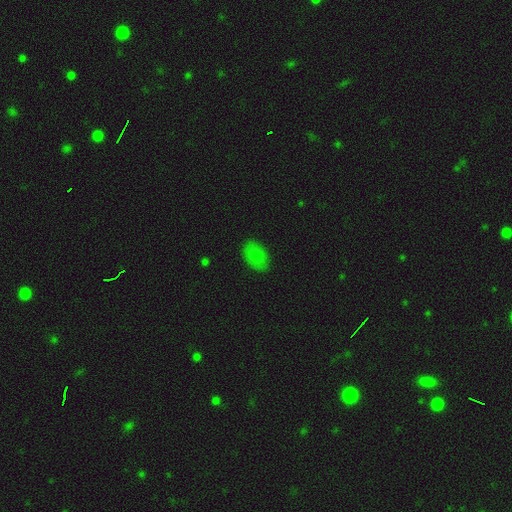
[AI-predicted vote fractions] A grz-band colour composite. It shows a smooth galaxy with no disk features (69%) that is in between round and cigar-shaped (77%). Merging: none (84%).